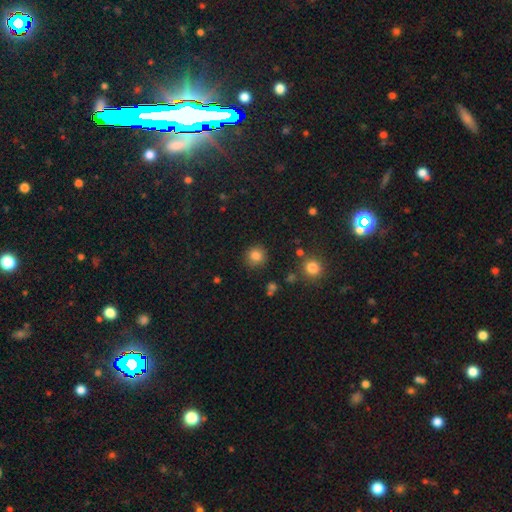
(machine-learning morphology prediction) smooth 83%, star or artifact 11%, featured or disk 5%. Down the decision tree: how rounded — round (90%); merging — none (87%).